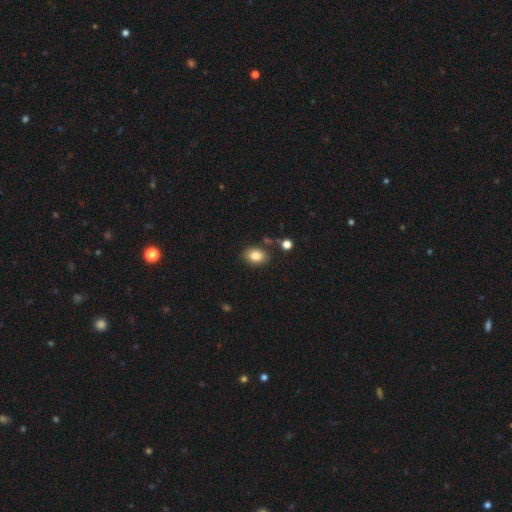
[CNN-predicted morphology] Smooth or featured? smooth (86%)
How rounded? in between (76%)
Merging? none (80%)